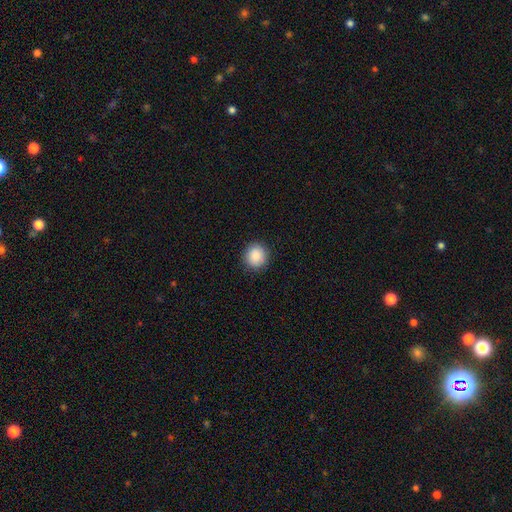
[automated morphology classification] Smooth or featured? Predicted: smooth (p=0.88). How rounded? Predicted: round (p=0.91). Merging? Predicted: none (p=0.90).